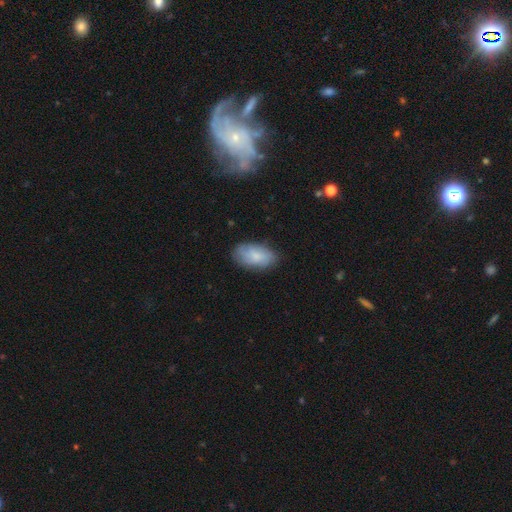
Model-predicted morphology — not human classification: Smooth or featured: smooth — 76% (featured or disk — 18%)
How rounded: in between — 94% (round — 3%)
Merging: none — 78% (minor disturbance — 17%)